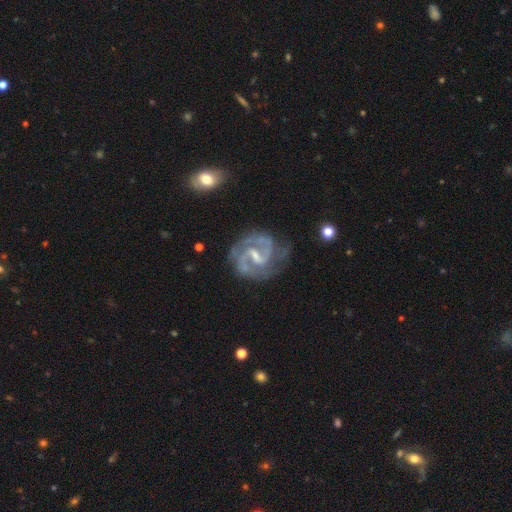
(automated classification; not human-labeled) Overall: featured or disk (92%). Edge-on disk: no (98%). Bar: weak (54%; strong 34%). Spiral arms: yes (98%). Spiral arm count: 2 (85%). Spiral winding: medium (56%; tight 33%). Bulge size: small (54%; moderate 28%). Merging: none (71%).